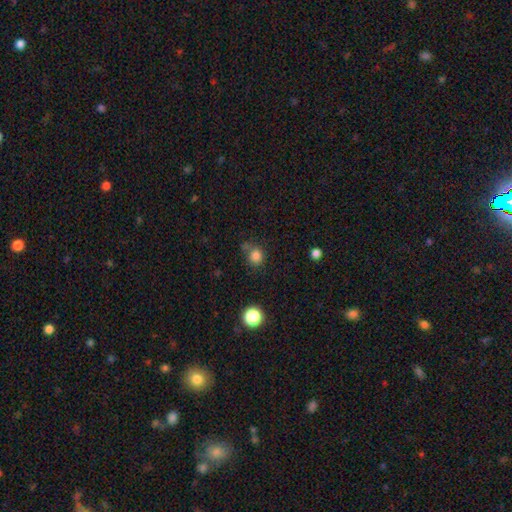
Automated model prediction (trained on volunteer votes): Smooth or featured: smooth — 81% (star or artifact — 14%)
How rounded: round — 83% (in between — 16%)
Merging: none — 64% (minor disturbance — 17%)